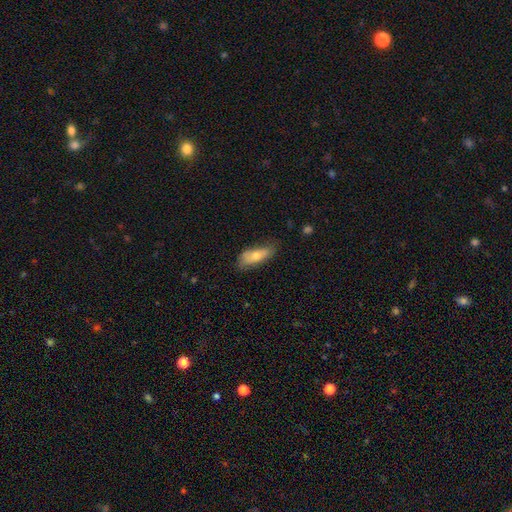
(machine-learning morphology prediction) type=smooth (69%); roundness=in between (71%); merging=none (58%).